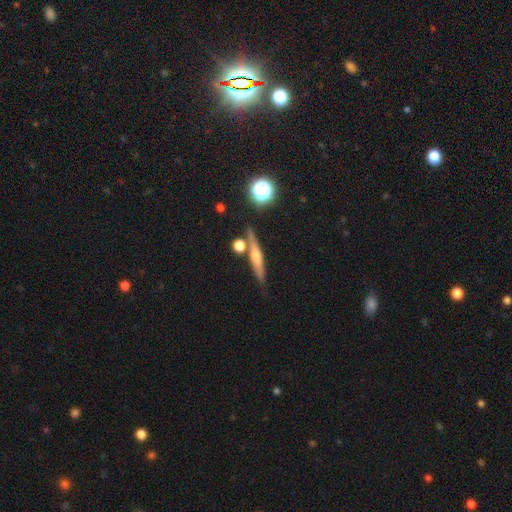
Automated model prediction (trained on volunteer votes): A featured or disk galaxy (54%) viewed edge-on (94%) with a rounded central bulge (75%). Merging: none (78%).